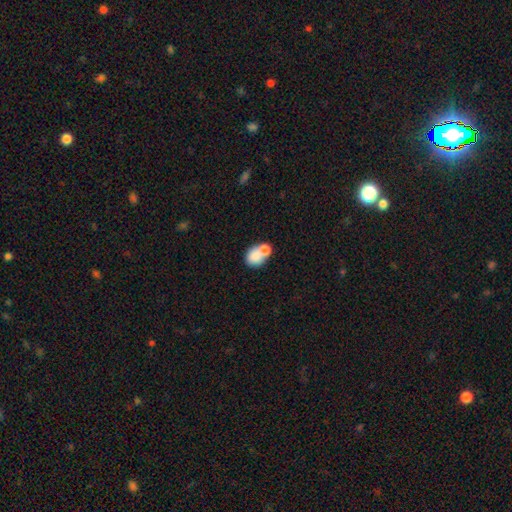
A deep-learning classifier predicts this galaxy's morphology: Q: Smooth or featured?
A: smooth (78%); runner-up: featured or disk (14%)
Q: How rounded?
A: in between (53%); runner-up: round (46%)
Q: Merging?
A: merger (56%); runner-up: none (30%)